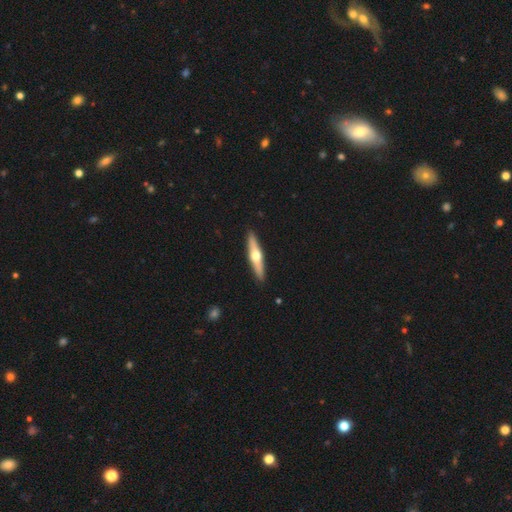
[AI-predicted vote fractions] Morphology: type=featured or disk (61%); edge-on=yes (95%); edge-on bulge=rounded (95%); merging=none (91%).